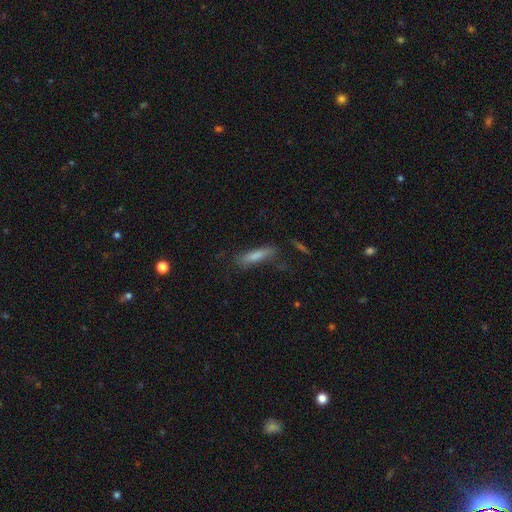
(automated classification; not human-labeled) Smooth or featured? smooth (76%)
How rounded? cigar-shaped (75%)
Merging? none (66%)